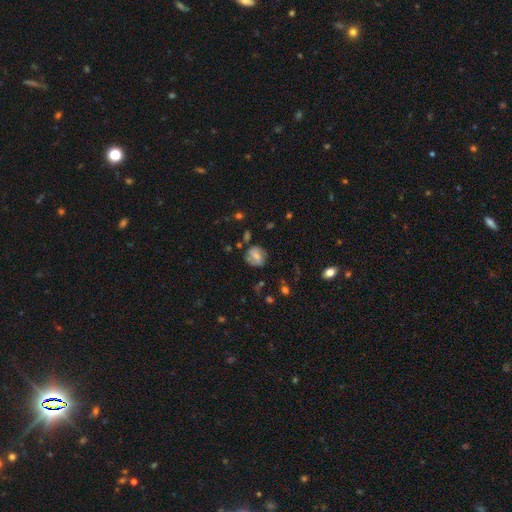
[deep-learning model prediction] Smooth or featured? Predicted: smooth (p=0.46). Merging? Predicted: none (p=0.69).